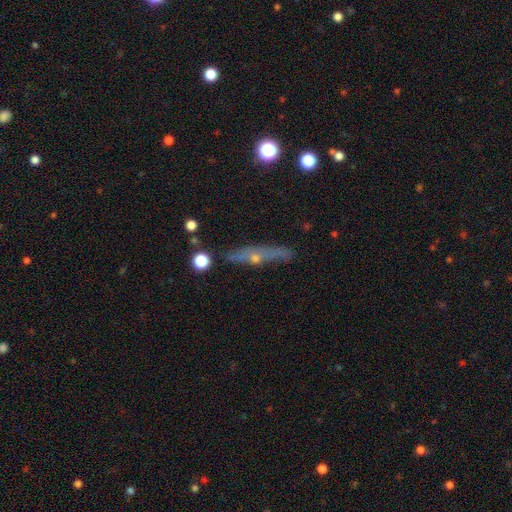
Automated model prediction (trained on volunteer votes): featured or disk 59%, smooth 30%, star or artifact 10%. Down the decision tree: edge-on disk — yes (86%); edge-on bulge — rounded (79%); merging — none (79%).